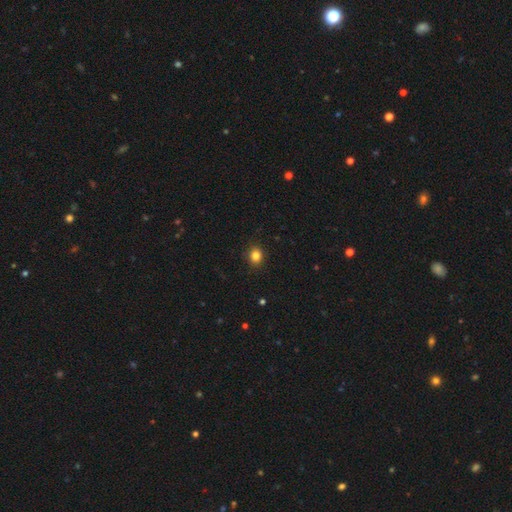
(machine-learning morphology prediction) Q: Smooth or featured?
A: smooth (83%); runner-up: star or artifact (12%)
Q: How rounded?
A: round (74%); runner-up: in between (25%)
Q: Merging?
A: none (90%); runner-up: minor disturbance (7%)